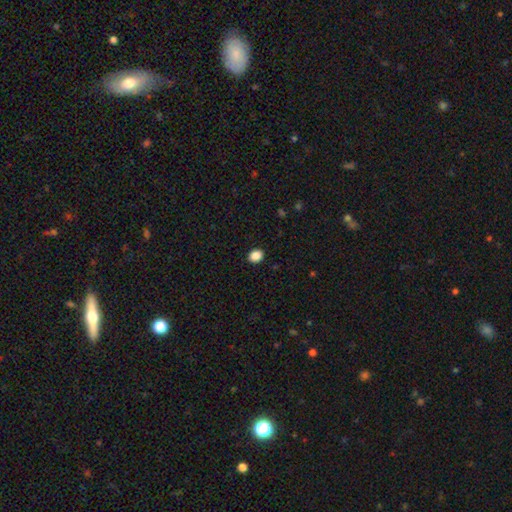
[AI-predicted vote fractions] Overall: smooth (88%). How rounded: round (51%; in between 48%). Merging: none (91%).